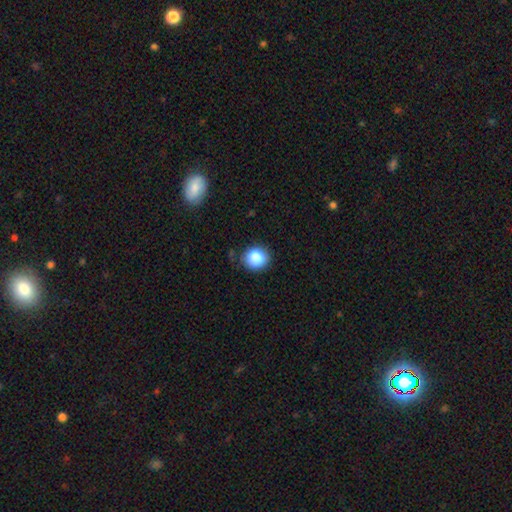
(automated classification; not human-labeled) This is clearly a smooth galaxy (87%). How rounded: clearly round (82%). Merging: likely none (79%).